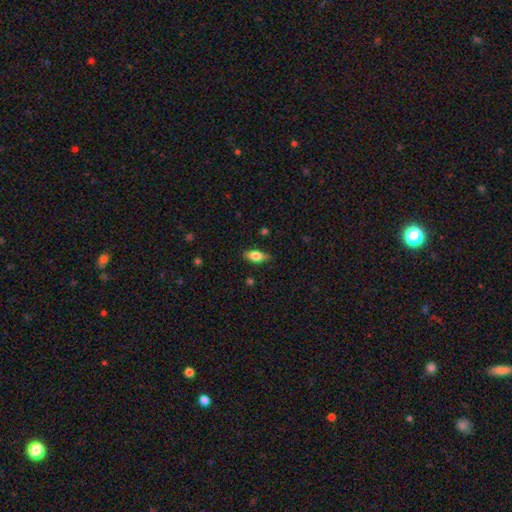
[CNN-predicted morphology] smooth 71%, featured or disk 22%, star or artifact 7%. Down the decision tree: how rounded — in between (81%); merging — none (82%).